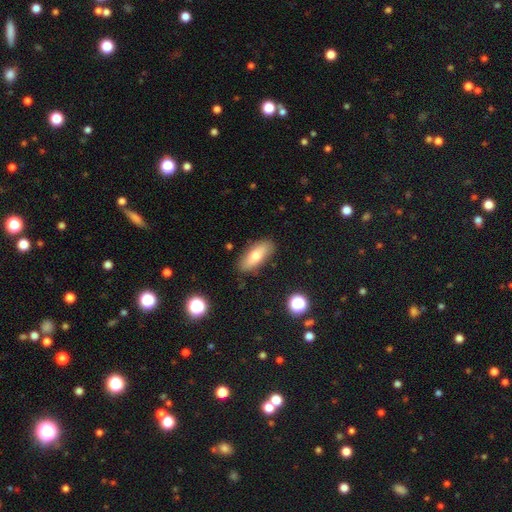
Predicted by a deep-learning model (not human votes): Morphology: type=smooth (68%); roundness=in between (74%); merging=none (85%).